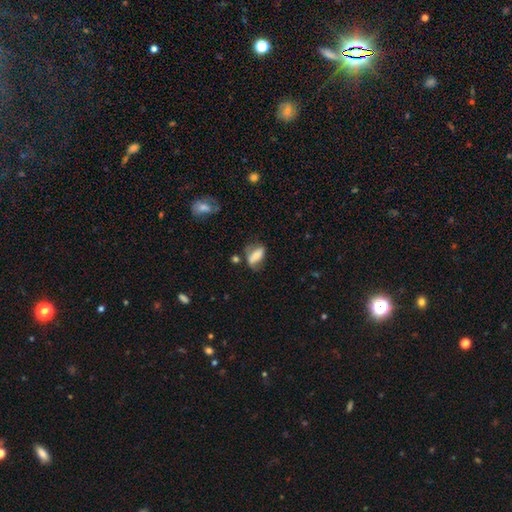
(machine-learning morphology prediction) smooth-or-featured: smooth: 66% | featured or disk: 24% | star or artifact: 9%
  how-rounded: in between: 79% | cigar-shaped: 15% | round: 6%
  merging: none: 41% | minor disturbance: 30% | major disturbance: 19% | merger: 9%